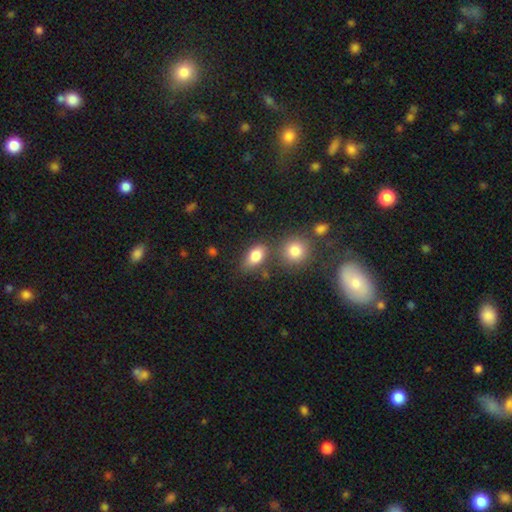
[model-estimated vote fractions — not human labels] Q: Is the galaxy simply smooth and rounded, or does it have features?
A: smooth — 83%.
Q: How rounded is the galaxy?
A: in between — 84%.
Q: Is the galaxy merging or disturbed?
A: none — 64%.